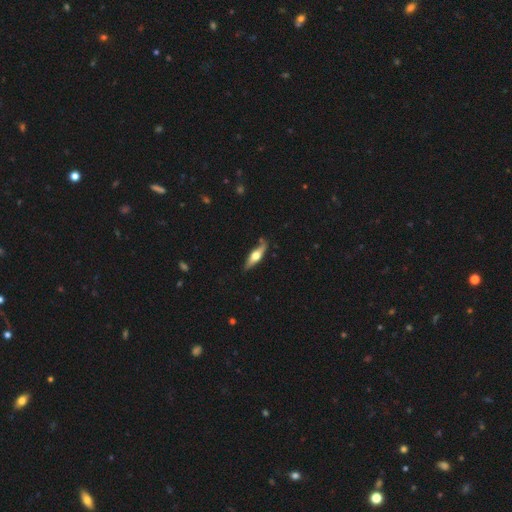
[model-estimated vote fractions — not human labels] Smooth or featured? featured or disk (52%)
Edge-on disk? yes (89%)
Merging? none (81%)